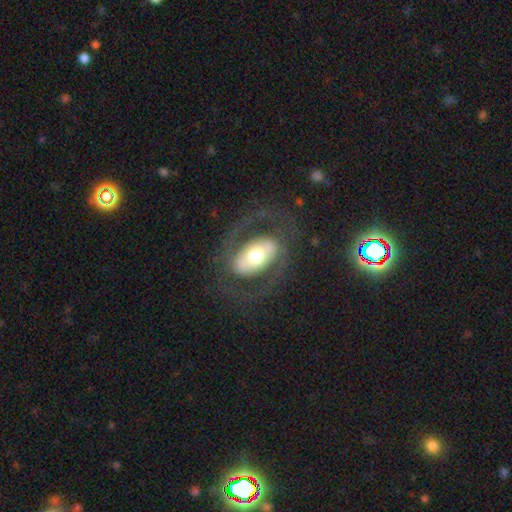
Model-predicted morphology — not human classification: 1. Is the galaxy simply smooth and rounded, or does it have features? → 67% featured or disk, 27% smooth, 6% star or artifact.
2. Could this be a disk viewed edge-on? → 93% no, 7% yes.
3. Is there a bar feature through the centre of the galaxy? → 46% no, 33% strong, 22% weak.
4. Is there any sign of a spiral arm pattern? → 55% yes, 45% no.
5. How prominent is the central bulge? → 58% moderate, 28% large, 8% small, 6% dominant, 1% none.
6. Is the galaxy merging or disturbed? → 73% none, 14% major disturbance, 12% minor disturbance, 1% merger.